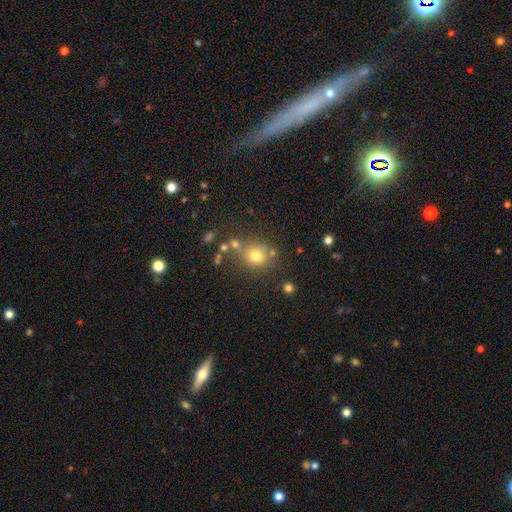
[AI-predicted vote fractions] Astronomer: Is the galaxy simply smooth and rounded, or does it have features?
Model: smooth — 74%.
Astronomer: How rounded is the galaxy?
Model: round — 82%.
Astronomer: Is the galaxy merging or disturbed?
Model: none — 64%.